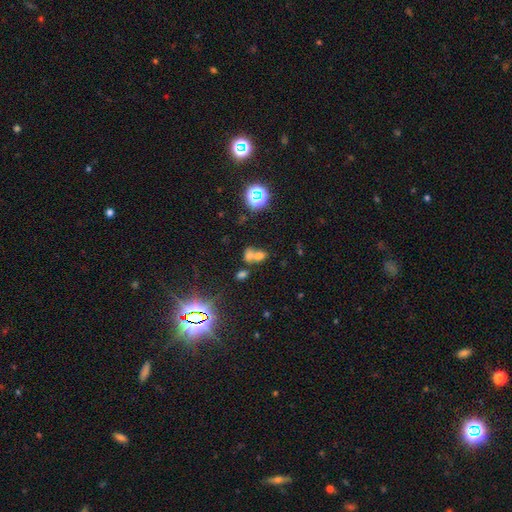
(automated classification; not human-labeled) This appears to be a smooth galaxy with no disk features (59%) that is in between round and cigar-shaped (56%). Merging: merger (64%).